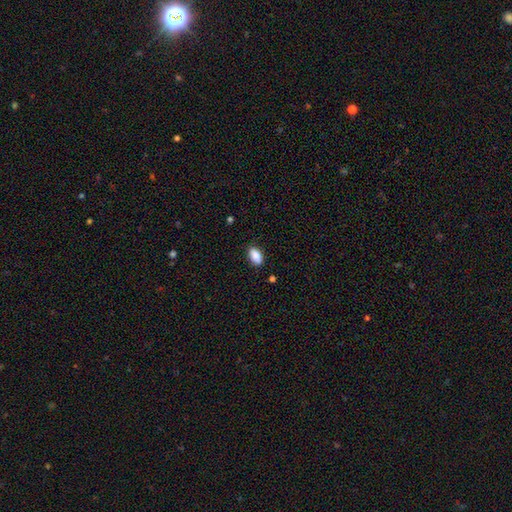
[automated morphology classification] This appears to be a smooth galaxy with no disk features (89%) that is in between round and cigar-shaped (93%). Merging: none (85%).